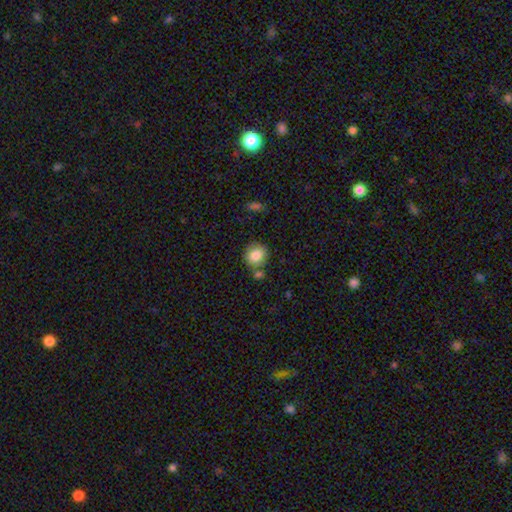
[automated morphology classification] This appears to be a smooth galaxy with no disk features (84%) that is round (76%). Merging: none (69%).